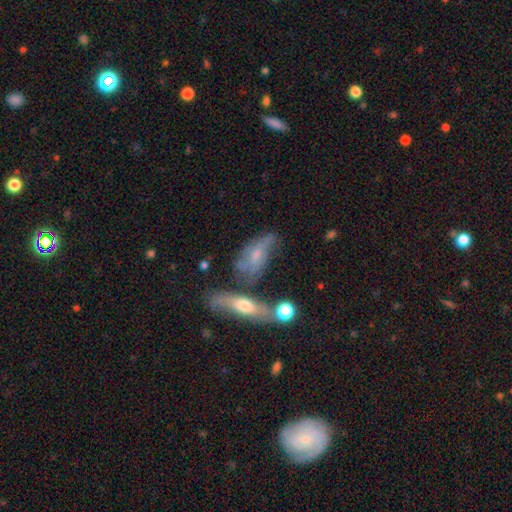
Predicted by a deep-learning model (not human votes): Morphology: type=featured or disk (49%); merging=none (37%).